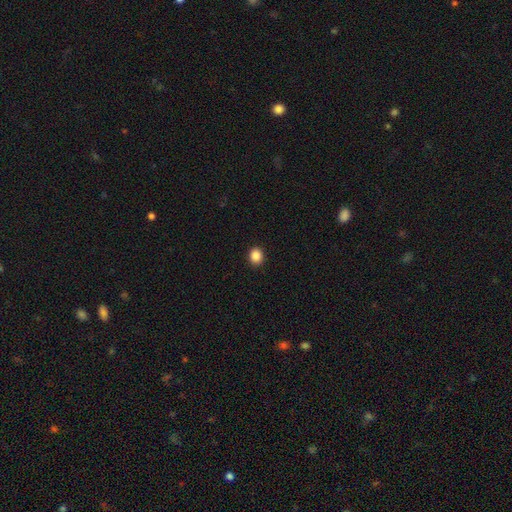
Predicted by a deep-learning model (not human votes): Smooth or featured? Predicted: smooth (p=0.87). How rounded? Predicted: round (p=0.79). Merging? Predicted: none (p=0.92).